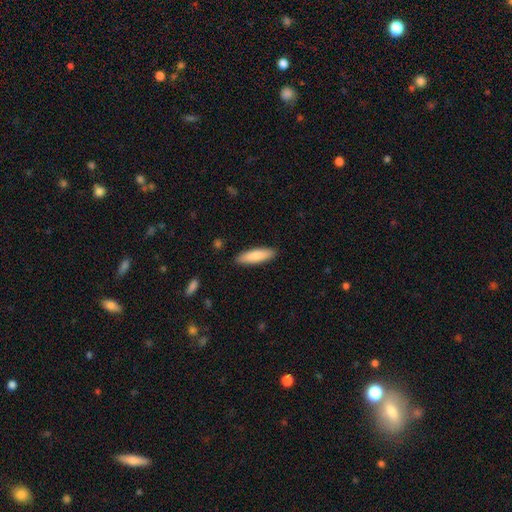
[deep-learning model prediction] This appears to be a smooth galaxy with no disk features (85%) that is cigar-shaped (62%). Merging: none (89%).